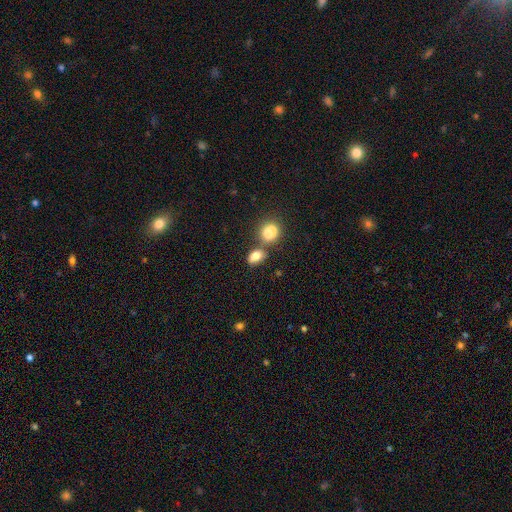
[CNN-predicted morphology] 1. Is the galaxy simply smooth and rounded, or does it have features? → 81% smooth, 10% star or artifact, 9% featured or disk.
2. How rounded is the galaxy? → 76% in between, 21% round, 3% cigar-shaped.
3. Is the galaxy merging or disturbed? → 50% none, 34% merger, 11% minor disturbance, 4% major disturbance.